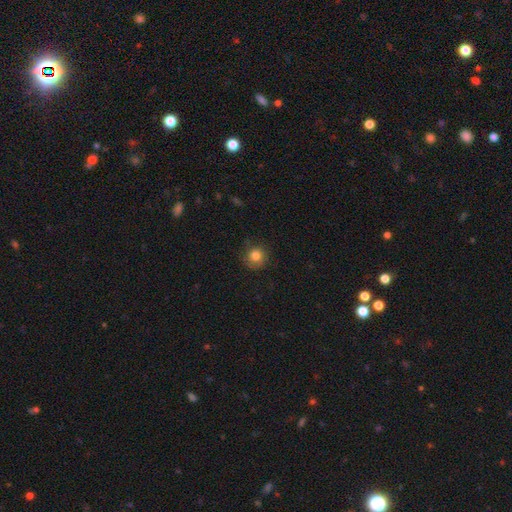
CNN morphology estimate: A smooth galaxy with no disk features (81%) that is round (91%).

Vote fractions:
- Smooth or featured? smooth: 81% / star or artifact: 11% / featured or disk: 8%
- How rounded? round: 91% / in between: 8% / cigar-shaped: 1%
- Merging? none: 79% / minor disturbance: 15% / major disturbance: 5% / merger: 1%